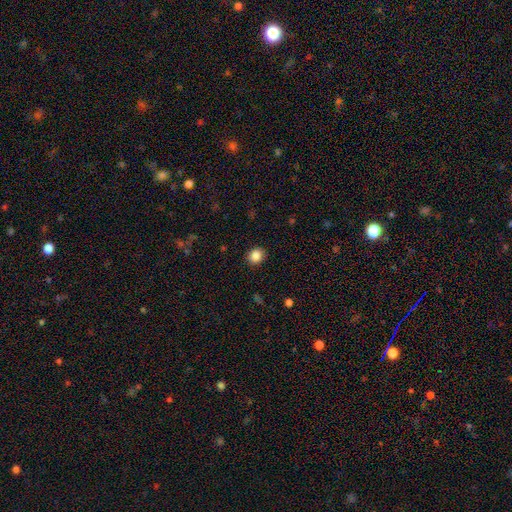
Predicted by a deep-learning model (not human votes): The model was most divided on "how rounded": round: 71%, in between: 28%, cigar-shaped: 1%. More confident: merging — none (90%); smooth or featured — smooth (86%).